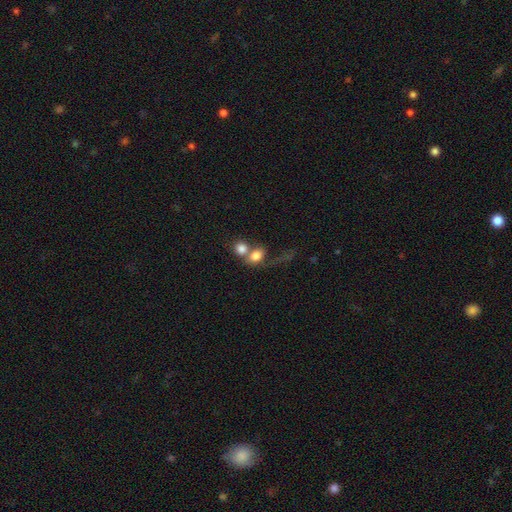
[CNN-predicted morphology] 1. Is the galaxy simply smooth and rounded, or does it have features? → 76% smooth, 15% featured or disk, 10% star or artifact.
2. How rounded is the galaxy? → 52% round, 47% in between, 2% cigar-shaped.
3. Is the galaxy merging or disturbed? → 64% merger, 20% none, 9% major disturbance, 7% minor disturbance.